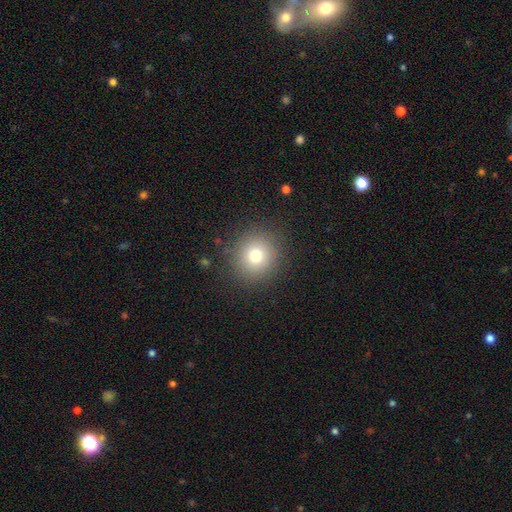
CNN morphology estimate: Smooth or featured? Predicted: smooth (p=0.76). How rounded? Predicted: round (p=0.90). Merging? Predicted: none (p=0.88).